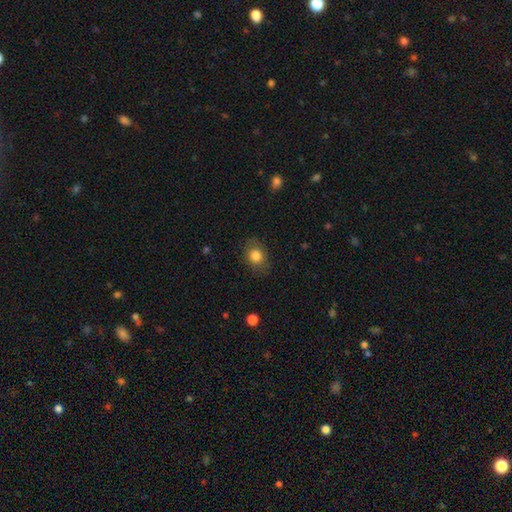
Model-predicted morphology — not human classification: type=smooth (81%); roundness=in between (56%); merging=none (80%).